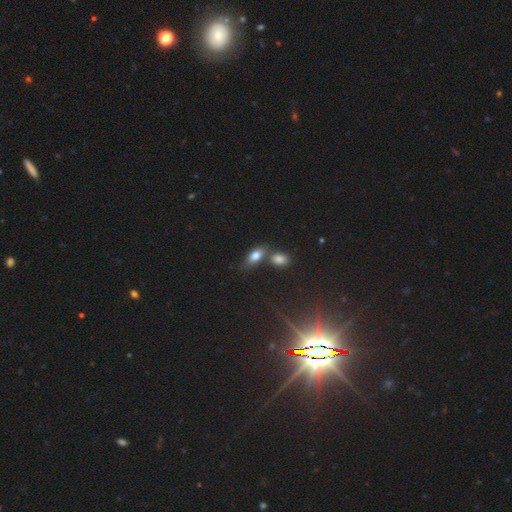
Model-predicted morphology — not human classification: Overall: smooth (77%). How rounded: in between (83%). Merging: none (52%; merger 32%).